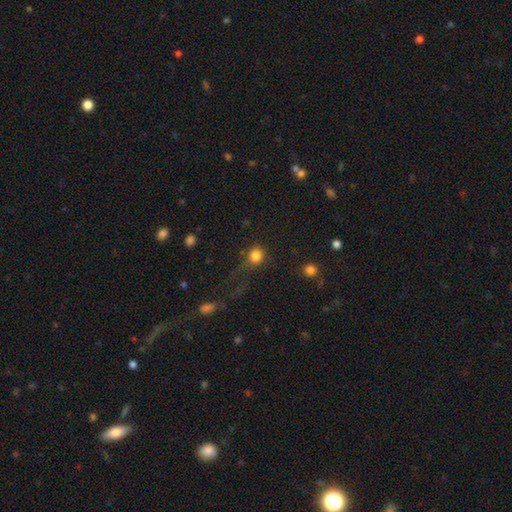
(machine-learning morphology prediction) Smooth or featured: smooth — 83% (star or artifact — 11%)
How rounded: round — 84% (in between — 15%)
Merging: none — 56% (major disturbance — 21%)